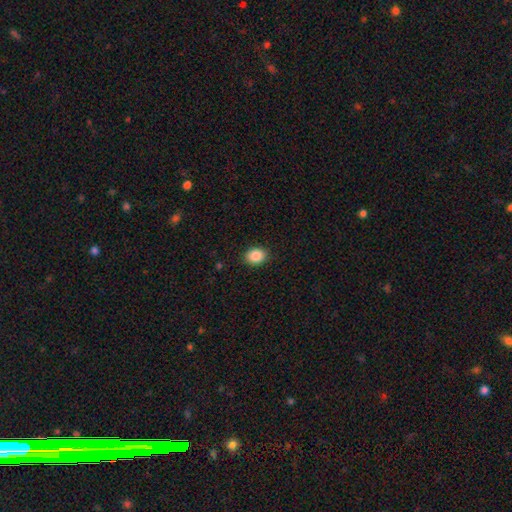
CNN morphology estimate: type=smooth (87%); roundness=in between (52%); merging=none (89%).